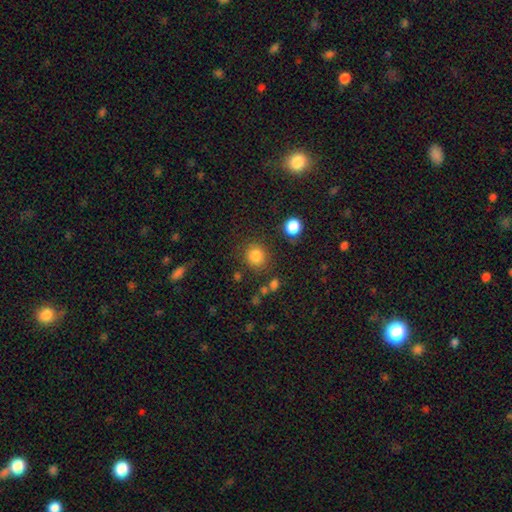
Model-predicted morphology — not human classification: Q: Smooth or featured?
A: smooth (84%); runner-up: star or artifact (12%)
Q: How rounded?
A: round (86%); runner-up: in between (13%)
Q: Merging?
A: none (82%); runner-up: minor disturbance (10%)